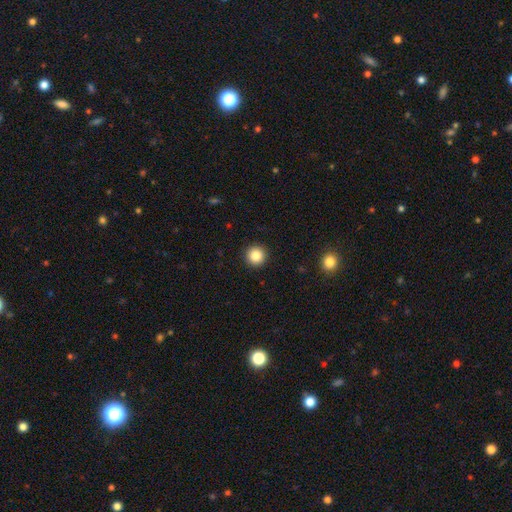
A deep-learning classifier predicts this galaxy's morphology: This appears to be a smooth galaxy with no disk features (85%) that is round (96%). Merging: none (93%).